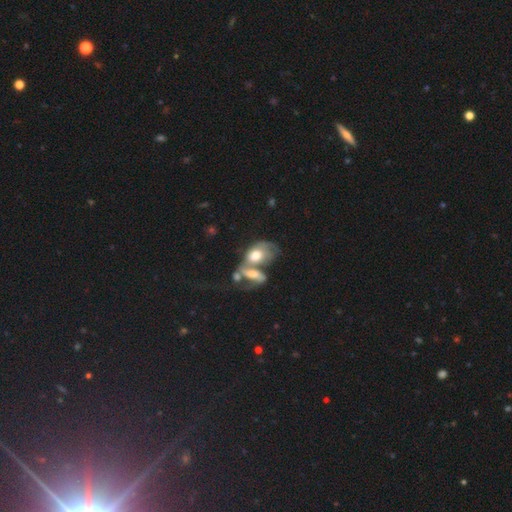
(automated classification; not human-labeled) A featured or disk galaxy (46%, tied with smooth).

Vote fractions:
- Smooth or featured? featured or disk: 46% (tied) / smooth: 46% (tied) / star or artifact: 8%
- Merging? merger: 72% / major disturbance: 12% / none: 10% / minor disturbance: 6%